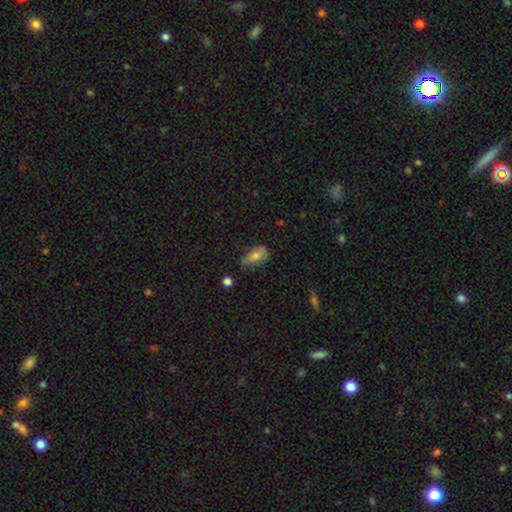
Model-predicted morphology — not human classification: smooth-or-featured: smooth: 64% | featured or disk: 25% | star or artifact: 10%
  how-rounded: in between: 84% | cigar-shaped: 9% | round: 7%
  merging: none: 42% | minor disturbance: 38% | major disturbance: 16% | merger: 4%